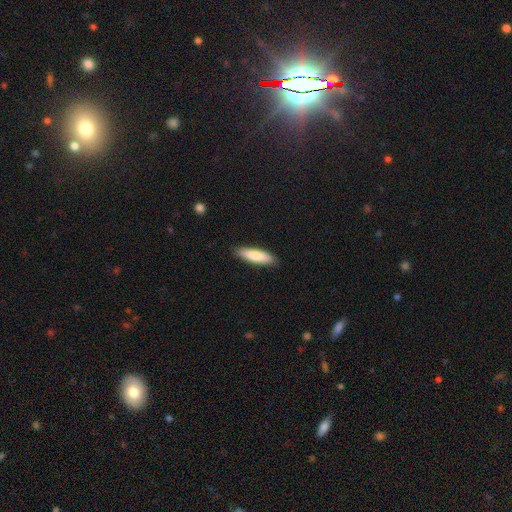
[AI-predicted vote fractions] Morphology: type=smooth (83%); roundness=cigar-shaped (65%); merging=none (89%).